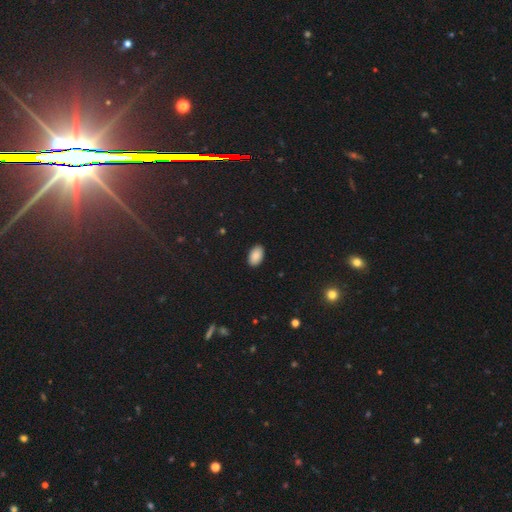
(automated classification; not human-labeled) The model was most divided on "smooth or featured": smooth: 89%, star or artifact: 8%, featured or disk: 3%. More confident: how rounded — in between (94%); merging — none (90%).